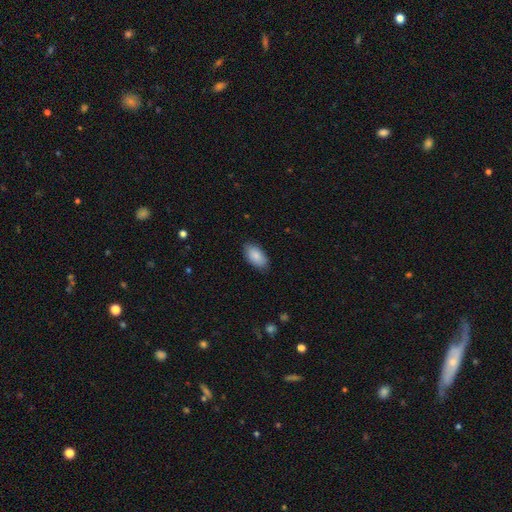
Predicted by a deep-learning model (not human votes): This appears to be a smooth galaxy with no disk features (88%) that is in between round and cigar-shaped (95%). Merging: none (85%).